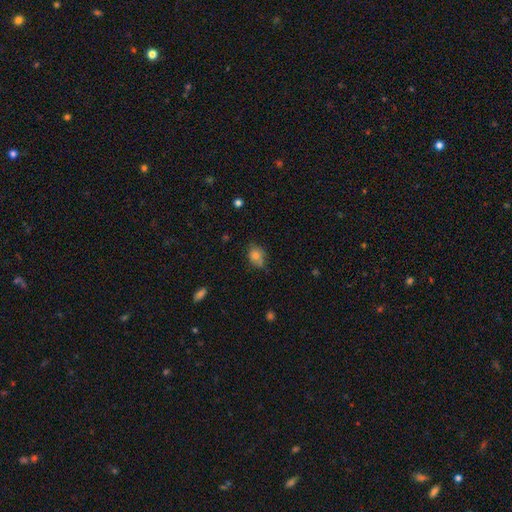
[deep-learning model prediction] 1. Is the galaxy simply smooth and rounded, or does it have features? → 75% smooth, 13% featured or disk, 12% star or artifact.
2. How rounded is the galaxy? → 56% in between, 43% round, 1% cigar-shaped.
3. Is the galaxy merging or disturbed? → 57% none, 31% minor disturbance, 8% major disturbance, 4% merger.